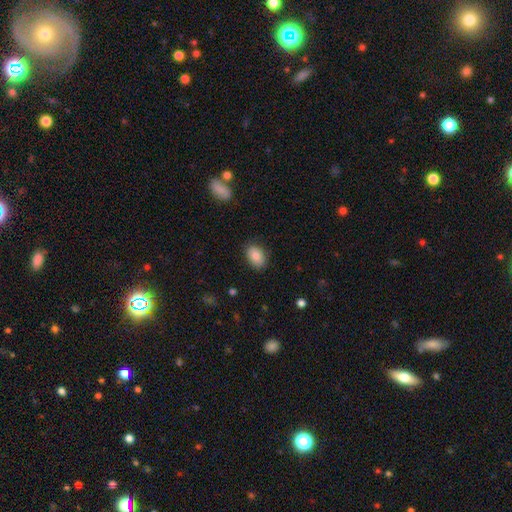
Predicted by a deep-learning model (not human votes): Smooth or featured: smooth — 81% (featured or disk — 11%)
How rounded: in between — 80% (round — 19%)
Merging: none — 83% (minor disturbance — 13%)